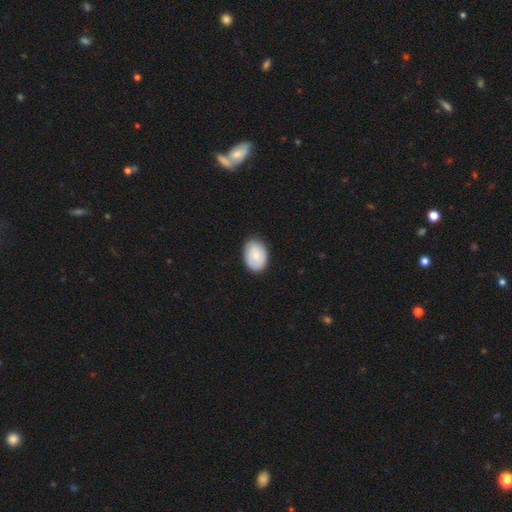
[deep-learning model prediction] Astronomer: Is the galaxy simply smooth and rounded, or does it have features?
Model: smooth — 76%.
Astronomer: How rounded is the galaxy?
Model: in between — 81%.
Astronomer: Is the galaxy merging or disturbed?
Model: none — 83%.